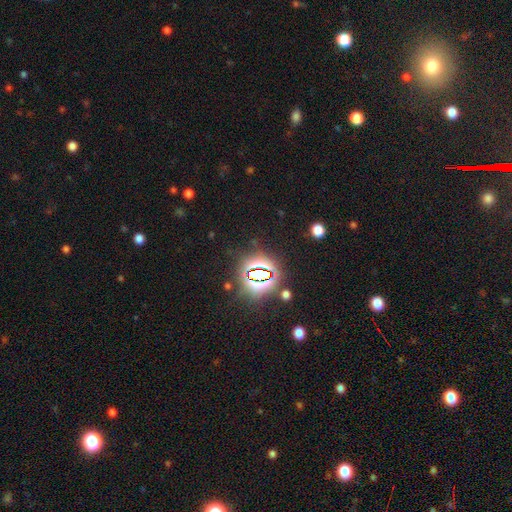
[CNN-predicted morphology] Smooth or featured? star or artifact (83%)